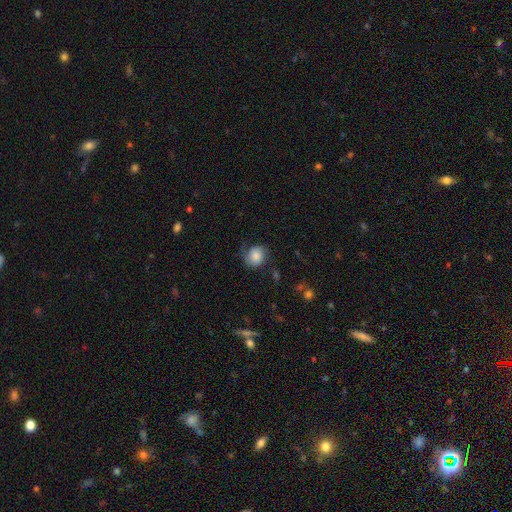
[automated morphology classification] Smooth or featured? Predicted: smooth (p=0.55). How rounded? Predicted: round (p=0.73). Merging? Predicted: none (p=0.54).